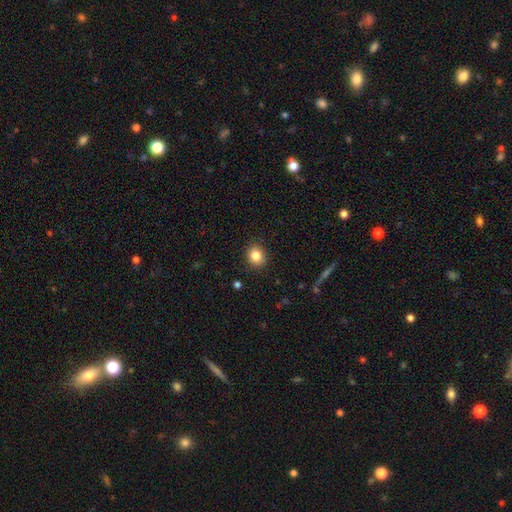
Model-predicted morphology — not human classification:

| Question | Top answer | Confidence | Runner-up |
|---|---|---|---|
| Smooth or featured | smooth | 84% | star or artifact (10%) |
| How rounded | round | 72% | in between (27%) |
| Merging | none | 88% | minor disturbance (8%) |